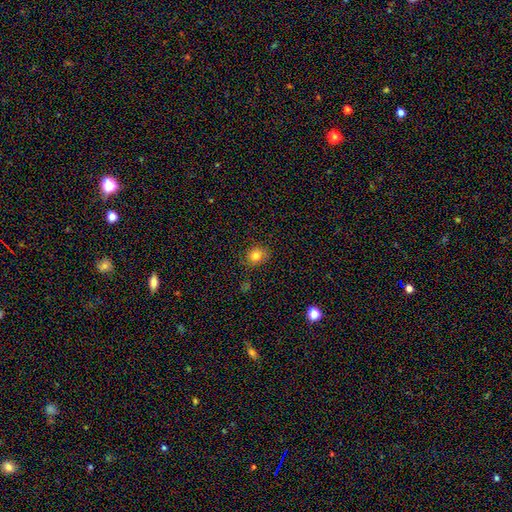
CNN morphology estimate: smooth_or_featured: smooth (p=0.80) [alt: star or artifact p=0.13]
how_rounded: round (p=0.70) [alt: in between p=0.29]
merging: none (p=0.83) [alt: minor disturbance p=0.13]